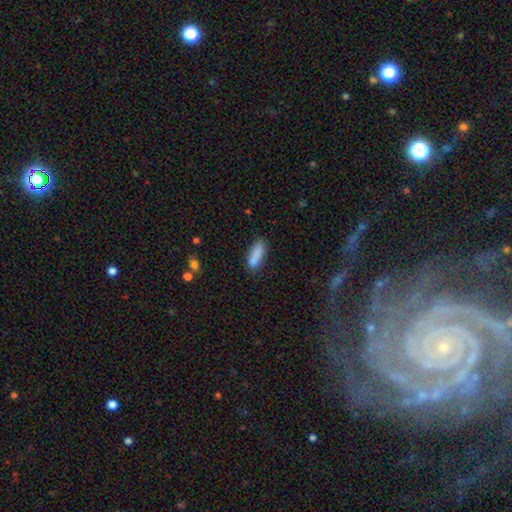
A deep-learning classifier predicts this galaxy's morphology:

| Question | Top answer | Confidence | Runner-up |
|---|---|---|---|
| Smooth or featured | smooth | 83% | featured or disk (8%) |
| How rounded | in between | 62% | cigar-shaped (36%) |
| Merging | none | 64% | minor disturbance (20%) |